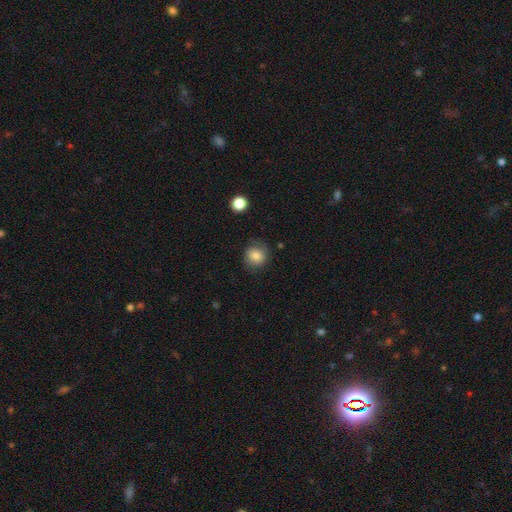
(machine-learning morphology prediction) Smooth or featured: smooth — 76% (featured or disk — 15%)
How rounded: round — 81% (in between — 18%)
Merging: none — 73% (minor disturbance — 18%)